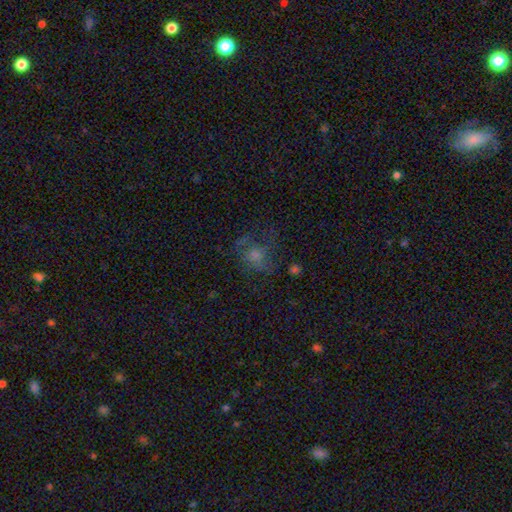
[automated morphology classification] smooth-or-featured: smooth: 58% | featured or disk: 24% | star or artifact: 18%
  how-rounded: round: 67% | in between: 32% | cigar-shaped: 1%
  merging: none: 47% | major disturbance: 30% | minor disturbance: 20% | merger: 3%